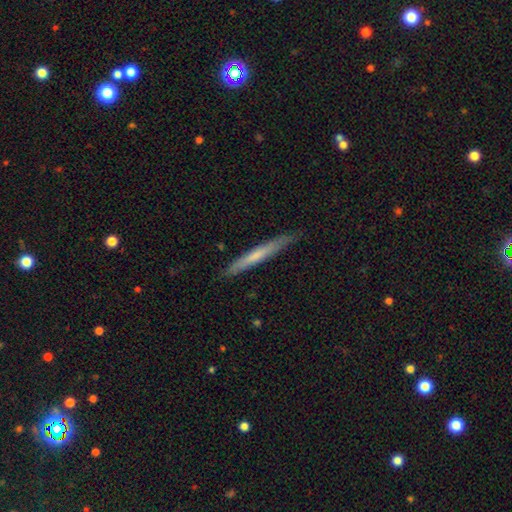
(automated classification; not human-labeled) smooth_or_featured: smooth (p=0.55) [alt: featured or disk p=0.40]
how_rounded: cigar-shaped (p=0.97) [alt: in between p=0.02]
merging: none (p=0.87) [alt: minor disturbance p=0.10]